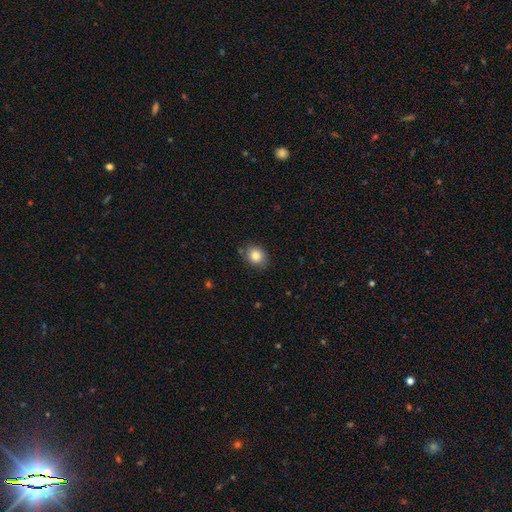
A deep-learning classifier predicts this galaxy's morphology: smooth_or_featured: smooth (p=0.83) [alt: star or artifact p=0.09]
how_rounded: round (p=0.56) [alt: in between p=0.43]
merging: none (p=0.79) [alt: minor disturbance p=0.15]